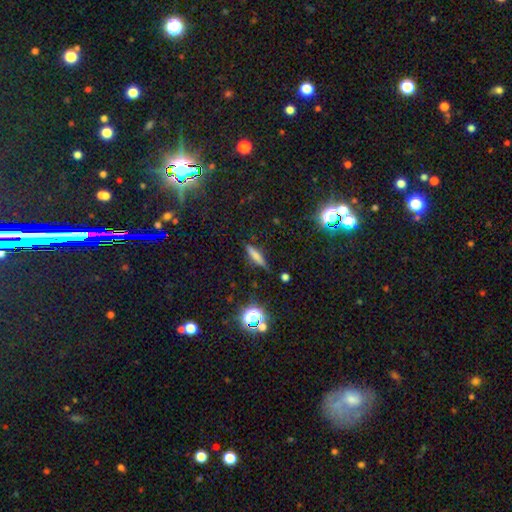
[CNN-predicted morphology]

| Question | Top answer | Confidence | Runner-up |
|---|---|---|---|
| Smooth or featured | smooth | 66% | featured or disk (19%) |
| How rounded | cigar-shaped | 82% | in between (15%) |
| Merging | none | 79% | minor disturbance (15%) |